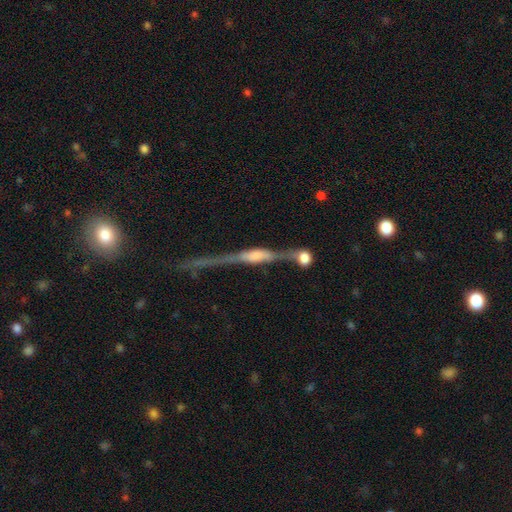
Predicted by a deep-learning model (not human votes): Morphology: type=featured or disk (76%); edge-on=yes (92%); edge-on bulge=rounded (64%); merging=none (48%).